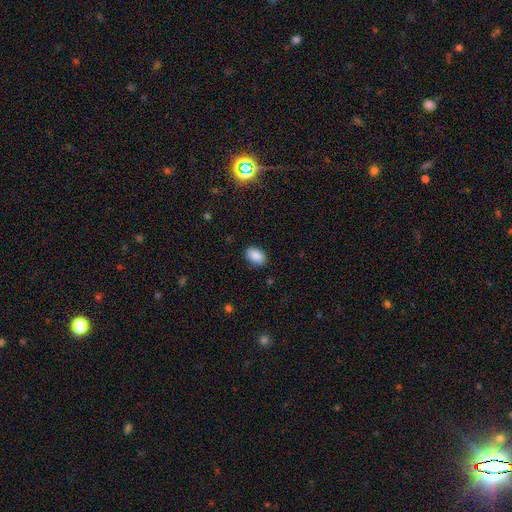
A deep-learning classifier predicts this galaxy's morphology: Smooth or featured?
  - smooth: 89% *
  - star or artifact: 8%
  - featured or disk: 3%
How rounded?
  - in between: 88% *
  - round: 11%
  - cigar-shaped: 1%
Merging?
  - none: 87% *
  - minor disturbance: 9%
  - major disturbance: 2%
  - merger: 1%